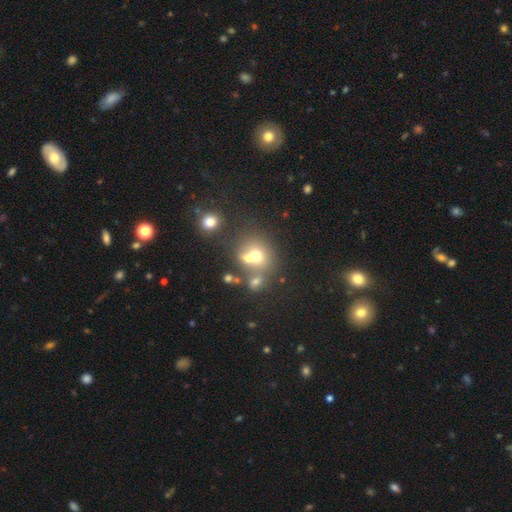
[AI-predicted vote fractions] Overall: smooth (63%). How rounded: round (71%). Merging: merger (49%; none 38%).